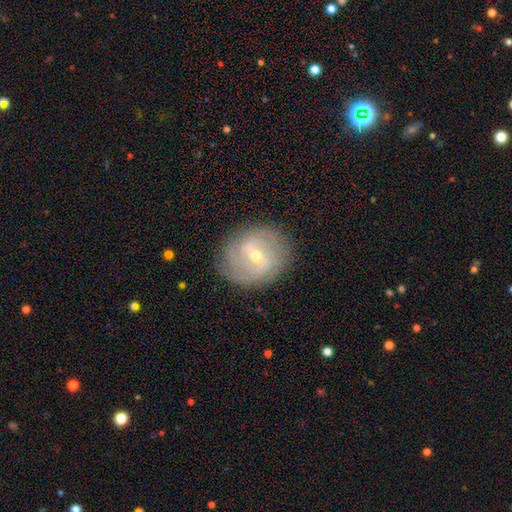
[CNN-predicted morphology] smooth_or_featured: featured or disk (p=0.79) [alt: smooth p=0.15]
disk_edge_on: no (p=0.97) [alt: yes p=0.03]
bar: weak (p=0.54) [alt: no p=0.24]
has_spiral_arms: yes (p=0.89) [alt: no p=0.11]
spiral_winding: tight (p=0.58) [alt: medium p=0.31]
spiral_arm_count: 2 (p=0.37) [alt: can't tell p=0.33]
bulge_size: small (p=0.51) [alt: moderate p=0.47]
merging: none (p=0.83) [alt: minor disturbance p=0.12]